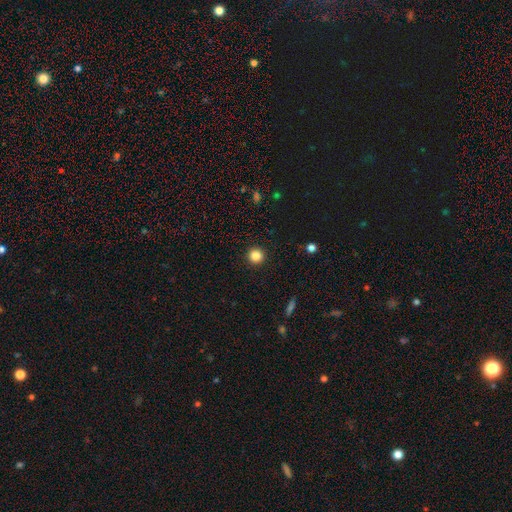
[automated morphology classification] Smooth or featured? smooth (85%)
How rounded? round (96%)
Merging? none (93%)